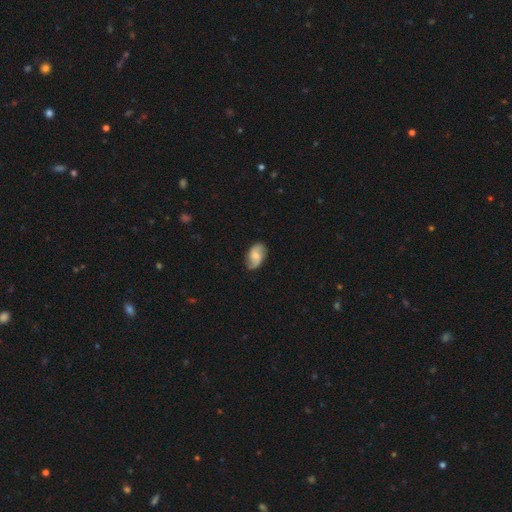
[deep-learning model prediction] Smooth or featured? Predicted: featured or disk (p=0.55). Edge-on disk? Predicted: no (p=0.96). Bar? Predicted: no (p=0.56). Spiral arms? Predicted: yes (p=0.91). Bulge size? Predicted: small (p=0.46). Merging? Predicted: none (p=0.78).